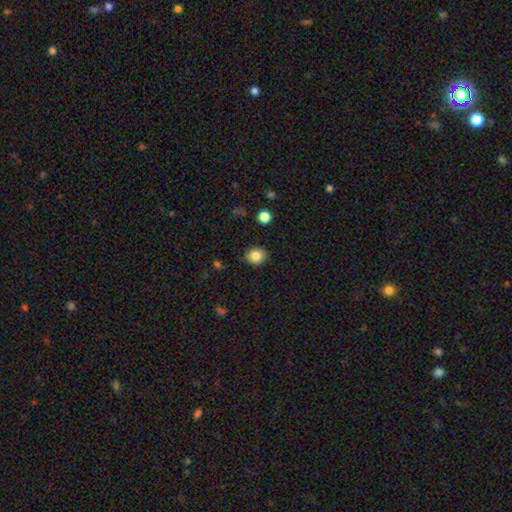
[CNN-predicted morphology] Smooth or featured? smooth (84%)
How rounded? round (75%)
Merging? none (88%)